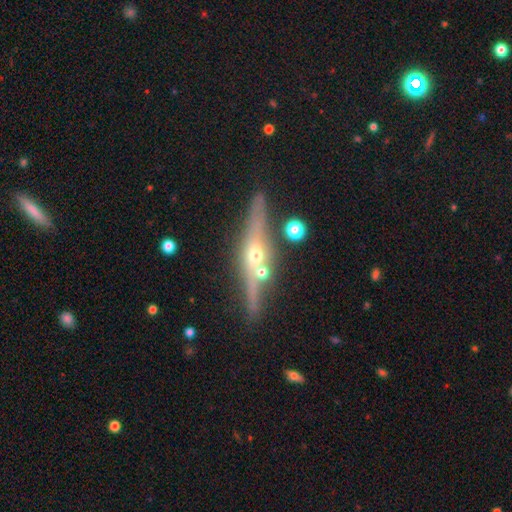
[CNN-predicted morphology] Smooth or featured? featured or disk (75%)
Edge-on disk? yes (93%)
Edge-on bulge? rounded (92%)
Merging? none (78%)